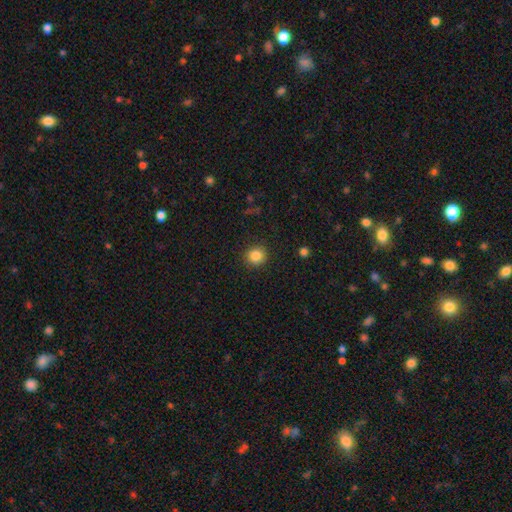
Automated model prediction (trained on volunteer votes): Morphology: type=smooth (85%); roundness=round (87%); merging=none (90%).